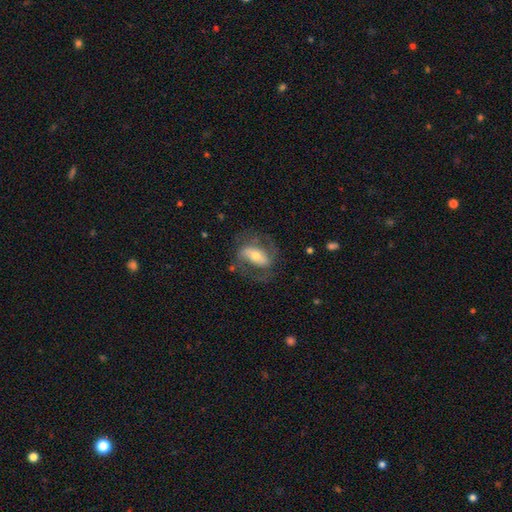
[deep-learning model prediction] The model was most divided on "bar": strong: 44%, weak: 30%, no: 26%. More confident: edge-on disk — no (93%); spiral arms — yes (77%); smooth or featured — featured or disk (67%); merging — none (64%); bulge size — moderate (55%).